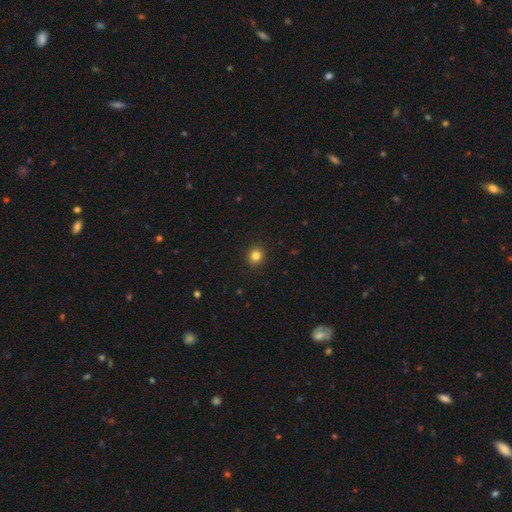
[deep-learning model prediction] smooth 83%, star or artifact 12%, featured or disk 5%. Down the decision tree: how rounded — round (88%); merging — none (92%).